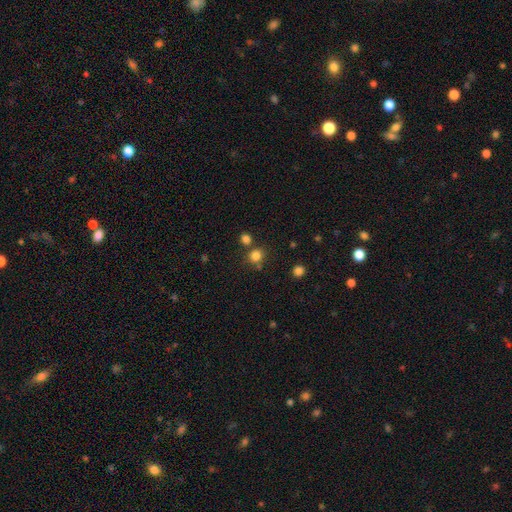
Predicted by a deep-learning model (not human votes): Smooth or featured? smooth (81%)
How rounded? round (86%)
Merging? none (70%)